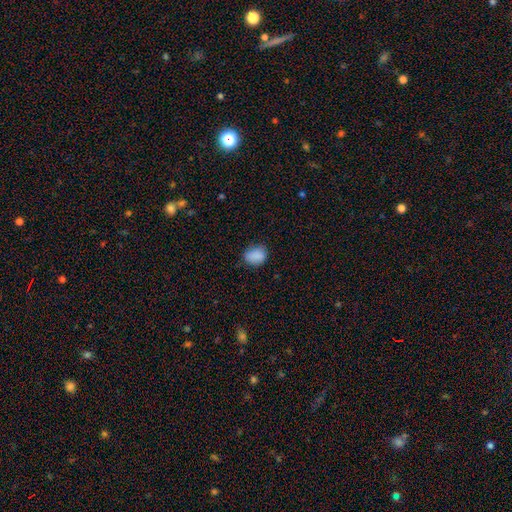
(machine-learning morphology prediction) This is clearly a smooth galaxy (87%). How rounded: possibly in between (60%). Merging: likely none (74%).